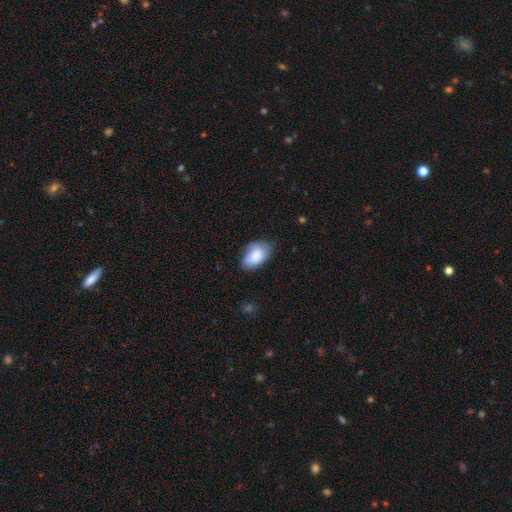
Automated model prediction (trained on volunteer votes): Smooth or featured? smooth (81%)
How rounded? in between (93%)
Merging? none (58%)